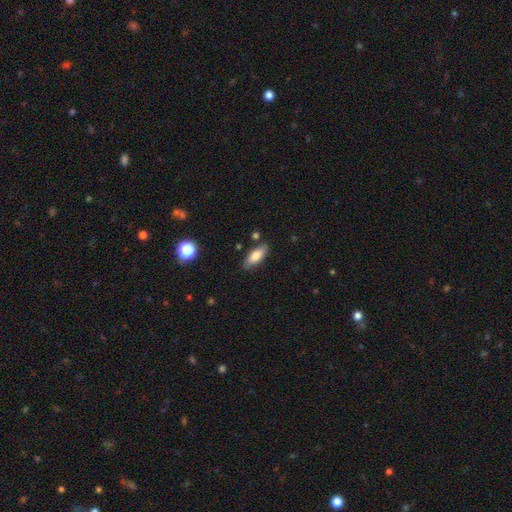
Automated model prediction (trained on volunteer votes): A smooth galaxy with no disk features (76%) that is in between round and cigar-shaped (75%).

Vote fractions:
- Smooth or featured? smooth: 76% / featured or disk: 17% / star or artifact: 7%
- How rounded? in between: 75% / cigar-shaped: 22% / round: 2%
- Merging? none: 80% / minor disturbance: 14% / merger: 3% / major disturbance: 3%